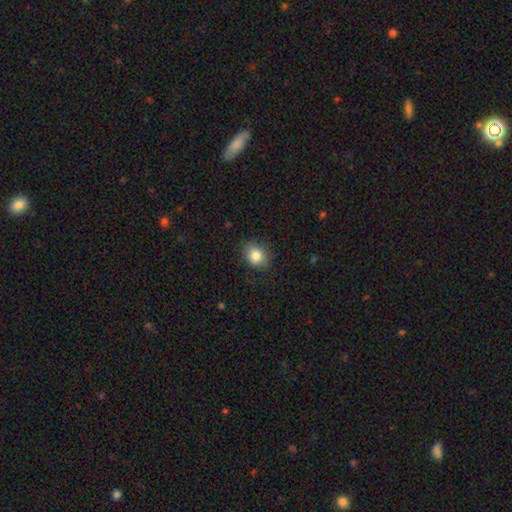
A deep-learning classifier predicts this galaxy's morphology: Q: Smooth or featured?
A: smooth (84%); runner-up: star or artifact (9%)
Q: How rounded?
A: round (55%); runner-up: in between (44%)
Q: Merging?
A: none (82%); runner-up: minor disturbance (13%)